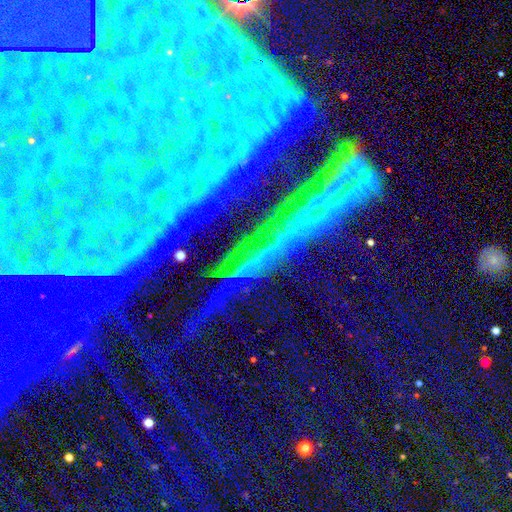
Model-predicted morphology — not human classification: Smooth or featured? star or artifact (81%)